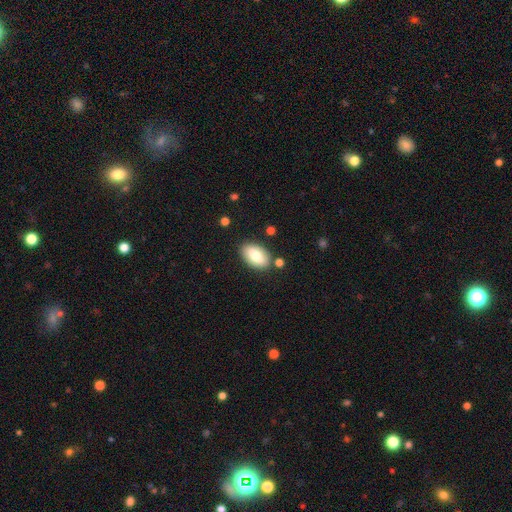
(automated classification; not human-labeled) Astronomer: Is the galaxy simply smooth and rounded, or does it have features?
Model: smooth — 77%.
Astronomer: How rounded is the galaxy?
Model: in between — 92%.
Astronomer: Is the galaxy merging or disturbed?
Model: none — 83%.